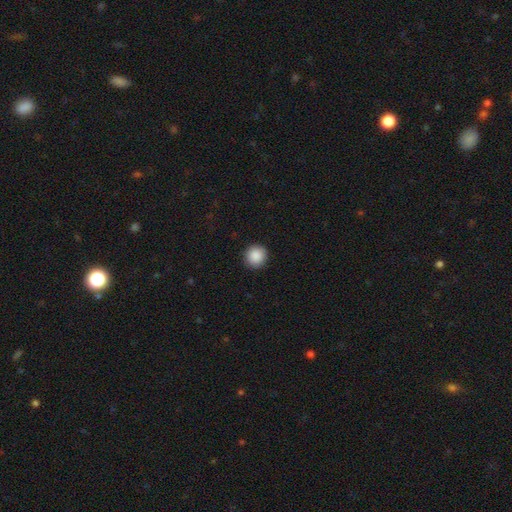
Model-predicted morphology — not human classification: This is clearly a smooth galaxy (89%). How rounded: clearly round (94%). Merging: clearly none (92%).